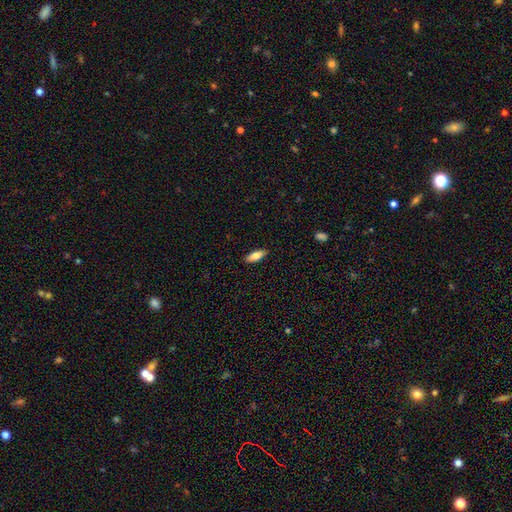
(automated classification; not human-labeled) A smooth galaxy with no disk features (77%) that is in between round and cigar-shaped (70%). Merging: none (89%).